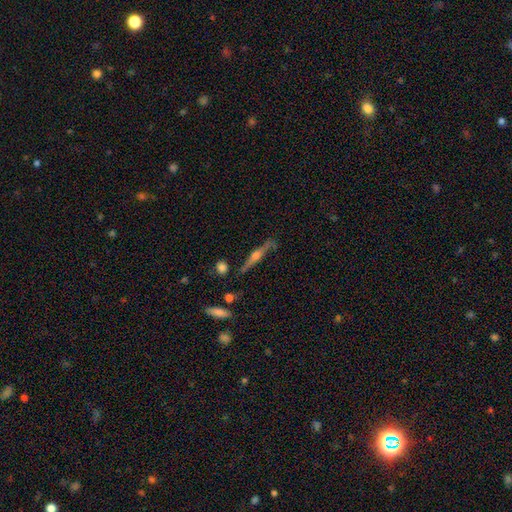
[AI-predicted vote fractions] A featured or disk galaxy (77%) viewed edge-on (95%) with a rounded central bulge (90%). Merging: none (79%).